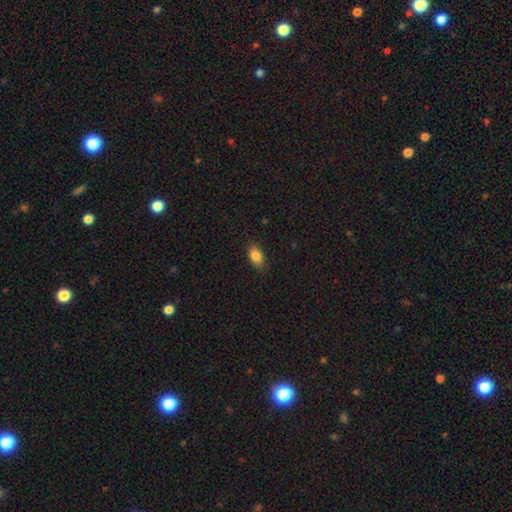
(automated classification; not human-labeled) Overall: smooth (86%). How rounded: in between (88%). Merging: none (85%).